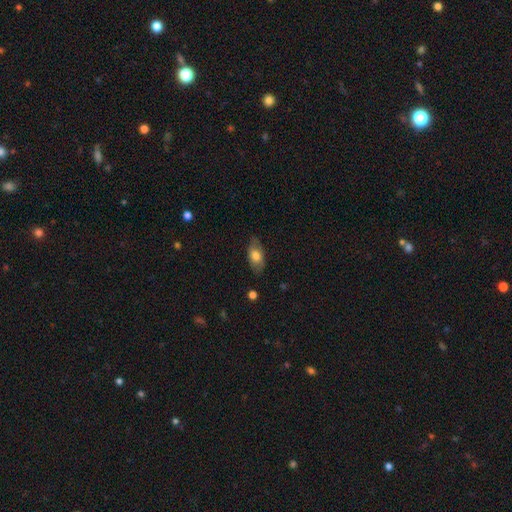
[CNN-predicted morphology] smooth 71%, featured or disk 22%, star or artifact 7%. Down the decision tree: how rounded — in between (90%); merging — none (77%).